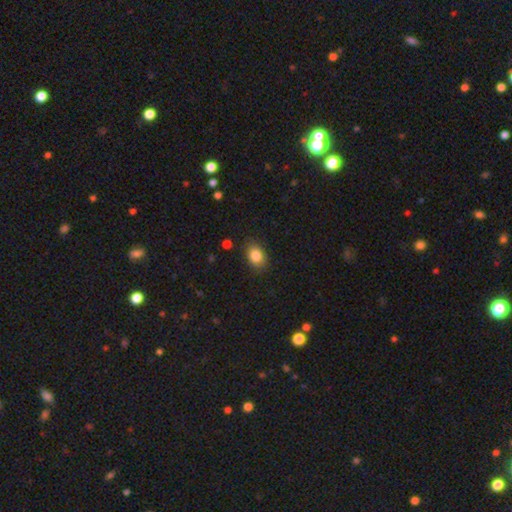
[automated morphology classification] smooth 85%, star or artifact 9%, featured or disk 6%. Down the decision tree: how rounded — in between (69%); merging — none (85%).